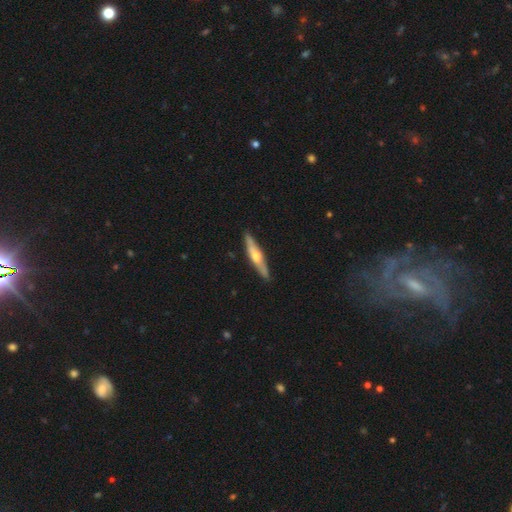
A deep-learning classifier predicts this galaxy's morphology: This is possibly a featured or disk galaxy (59%). It is clearly viewed edge-on (91%). Edge-on bulge: clearly rounded (89%). Merging: clearly none (88%).